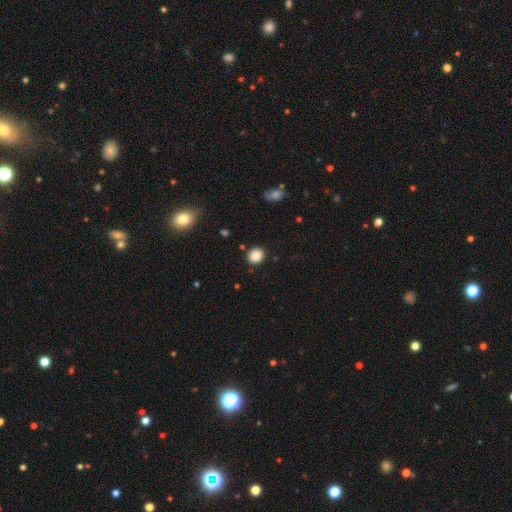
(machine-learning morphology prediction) smooth-or-featured: smooth: 87% | star or artifact: 10% | featured or disk: 3%
  how-rounded: round: 80% | in between: 19% | cigar-shaped: 1%
  merging: none: 89% | minor disturbance: 7% | major disturbance: 2% | merger: 2%